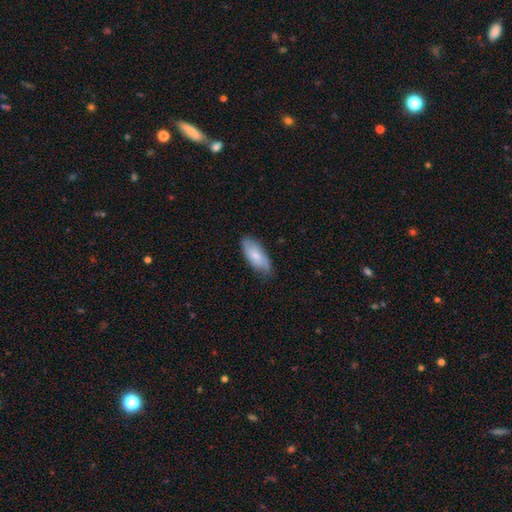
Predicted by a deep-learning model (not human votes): Q: Smooth or featured?
A: smooth (75%); runner-up: featured or disk (20%)
Q: How rounded?
A: in between (83%); runner-up: cigar-shaped (15%)
Q: Merging?
A: none (77%); runner-up: minor disturbance (19%)